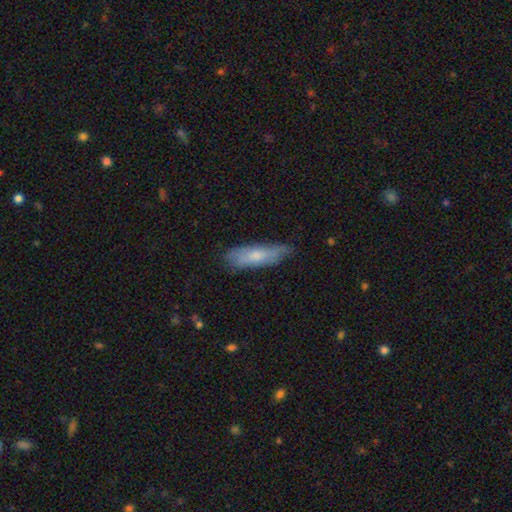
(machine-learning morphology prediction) Smooth or featured: smooth — 68% (featured or disk — 27%)
How rounded: cigar-shaped — 57% (in between — 41%)
Merging: none — 69% (minor disturbance — 25%)